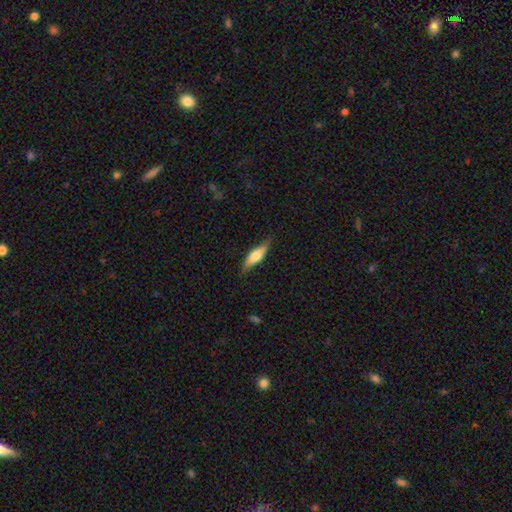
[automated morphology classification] Smooth or featured?
  - smooth: 57% *
  - featured or disk: 38%
  - star or artifact: 6%
How rounded?
  - cigar-shaped: 54% *
  - in between: 44%
  - round: 2%
Merging?
  - none: 79% *
  - minor disturbance: 17%
  - major disturbance: 3%
  - merger: 1%